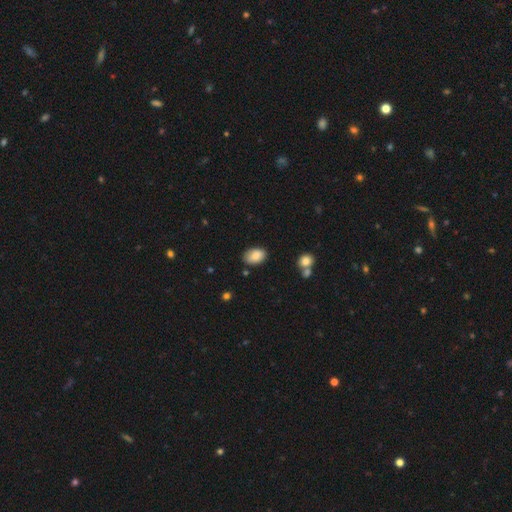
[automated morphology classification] A smooth galaxy with no disk features (85%) that is in between round and cigar-shaped (89%).

Vote fractions:
- Smooth or featured? smooth: 85% / star or artifact: 7% / featured or disk: 7%
- How rounded? in between: 89% / round: 10% / cigar-shaped: 1%
- Merging? none: 80% / minor disturbance: 15% / major disturbance: 3% / merger: 2%